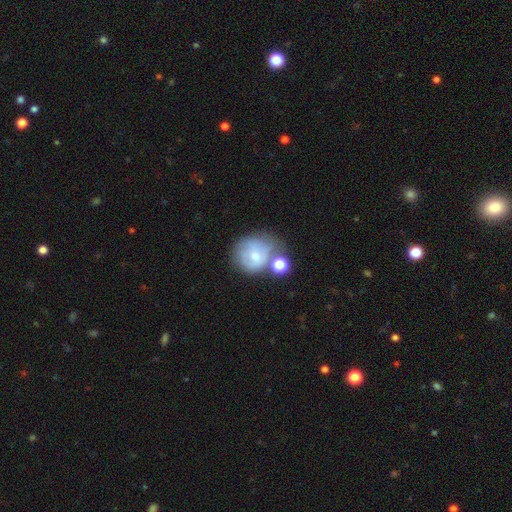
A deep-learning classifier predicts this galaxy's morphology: Smooth or featured? smooth (58%)
How rounded? round (82%)
Merging? none (42%)